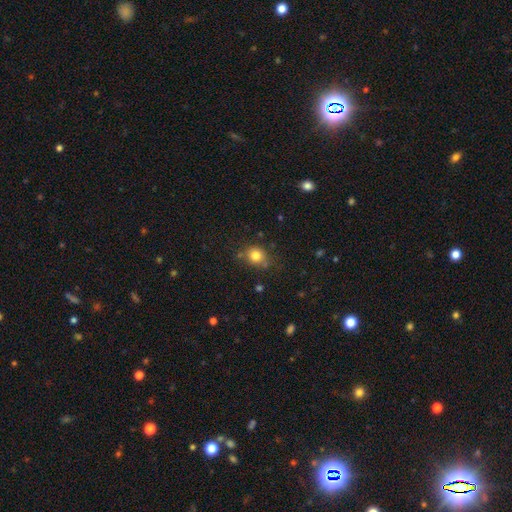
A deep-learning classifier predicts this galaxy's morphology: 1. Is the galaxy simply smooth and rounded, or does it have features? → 81% smooth, 12% star or artifact, 7% featured or disk.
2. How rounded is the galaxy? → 78% round, 21% in between, 1% cigar-shaped.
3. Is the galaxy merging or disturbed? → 75% none, 14% minor disturbance, 6% merger, 4% major disturbance.